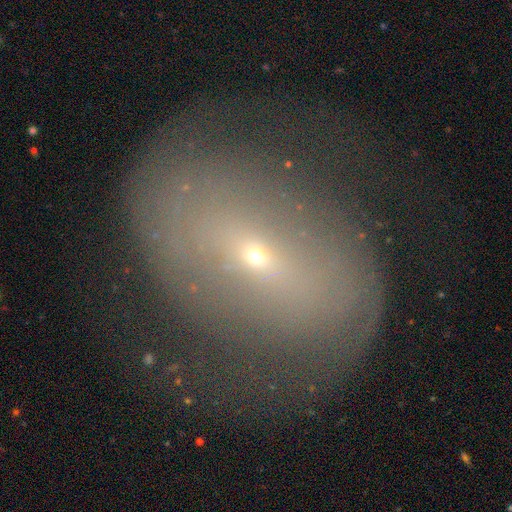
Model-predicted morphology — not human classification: smooth-or-featured: featured or disk: 71% | smooth: 18% | star or artifact: 12%
  disk-edge-on: no: 94% | yes: 6%
    bar: weak: 36% | no: 34% | strong: 30%
    has-spiral-arms: yes: 73% | no: 27%
    bulge-size: small: 82% | moderate: 14% | large: 2% | dominant: 1% | none: 1%
  merging: none: 66% | minor disturbance: 17% | major disturbance: 15% | merger: 2%